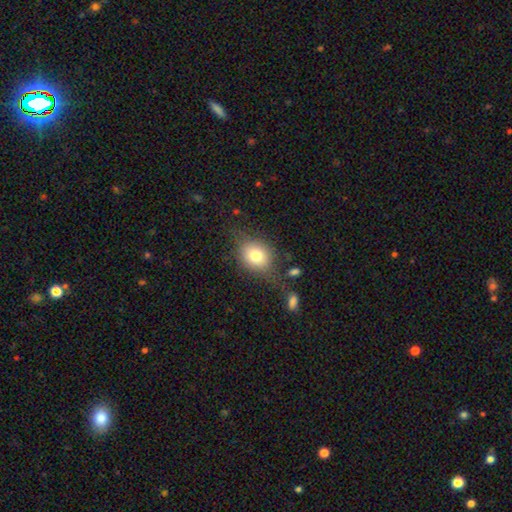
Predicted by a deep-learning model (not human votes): Overall: smooth (73%). How rounded: round (52%; in between 46%). Merging: none (61%; minor disturbance 22%).